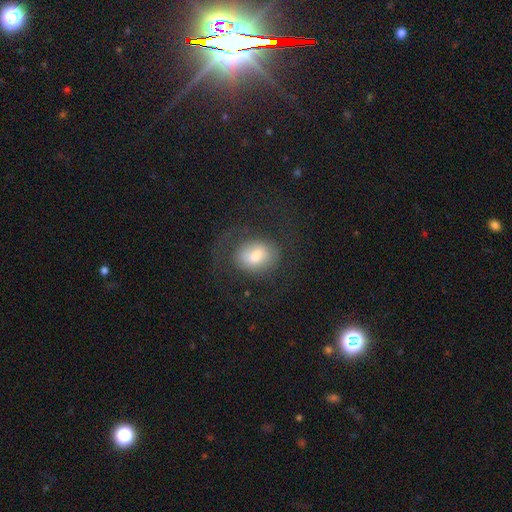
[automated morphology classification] smooth_or_featured: smooth (p=0.59) [alt: featured or disk p=0.30]
how_rounded: round (p=0.61) [alt: in between p=0.38]
merging: none (p=0.62) [alt: major disturbance p=0.22]